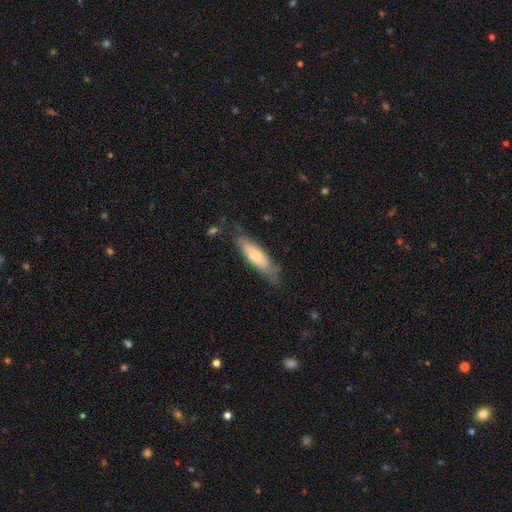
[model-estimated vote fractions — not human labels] Q: Smooth or featured?
A: smooth (55%); runner-up: featured or disk (39%)
Q: How rounded?
A: cigar-shaped (64%); runner-up: in between (34%)
Q: Merging?
A: none (68%); runner-up: minor disturbance (23%)